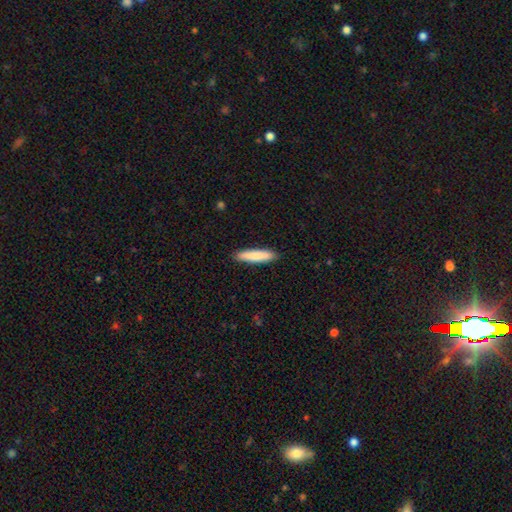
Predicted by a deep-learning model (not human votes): smooth 85%, featured or disk 10%, star or artifact 5%. Down the decision tree: how rounded — cigar-shaped (83%); merging — none (90%).